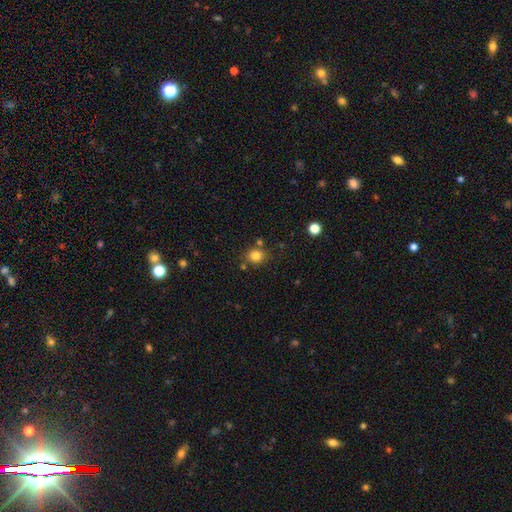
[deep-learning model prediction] Q: Smooth or featured?
A: smooth (82%); runner-up: star or artifact (12%)
Q: How rounded?
A: round (77%); runner-up: in between (22%)
Q: Merging?
A: none (76%); runner-up: minor disturbance (11%)